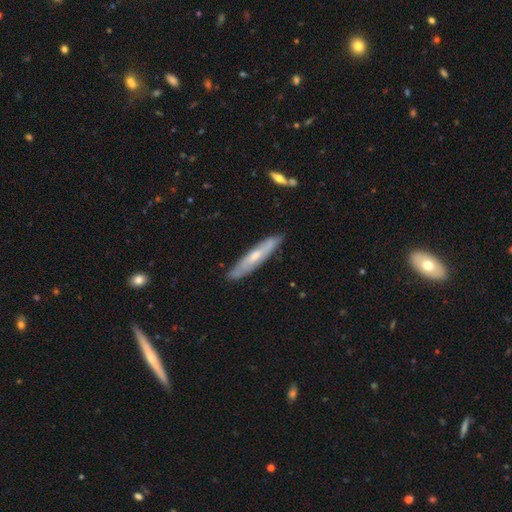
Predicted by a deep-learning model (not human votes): Smooth or featured? featured or disk (51%)
Edge-on disk? yes (68%)
Merging? none (84%)